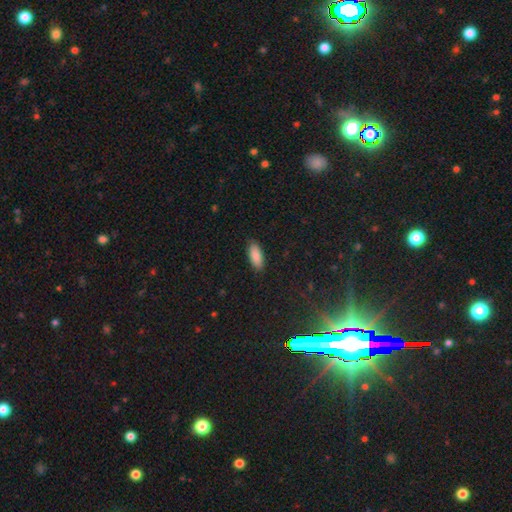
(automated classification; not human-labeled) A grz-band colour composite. It shows a smooth galaxy with no disk features (89%) that is in between round and cigar-shaped (84%). Merging: none (87%).